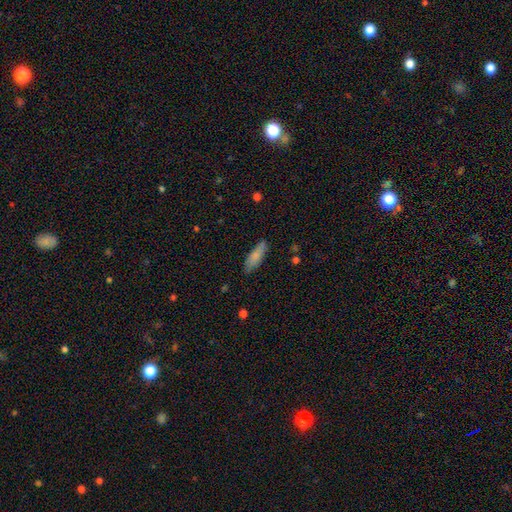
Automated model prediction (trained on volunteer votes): A smooth galaxy with no disk features (82%) that is in between round and cigar-shaped (50%). Merging: none (81%).